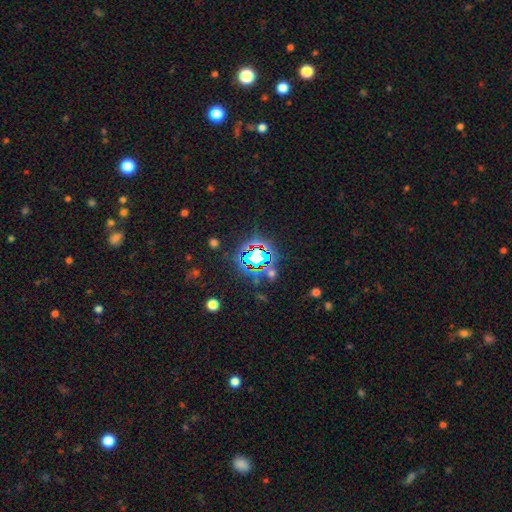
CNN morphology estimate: A star or artifact, not a galaxy (72%).